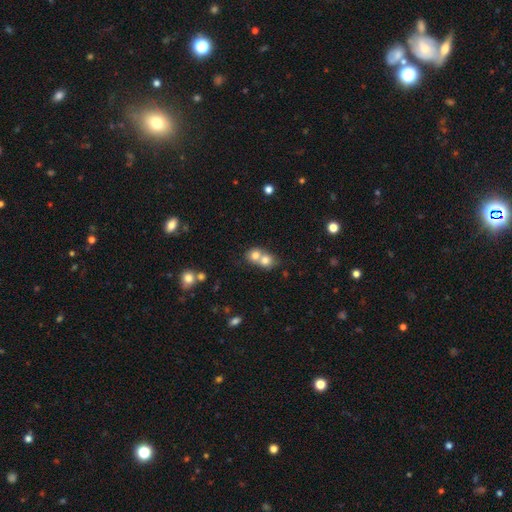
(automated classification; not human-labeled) The model was most divided on "merging": merger: 66%, none: 27%, minor disturbance: 5%, major disturbance: 2%. More confident: smooth or featured — smooth (75%); how rounded — round (74%).